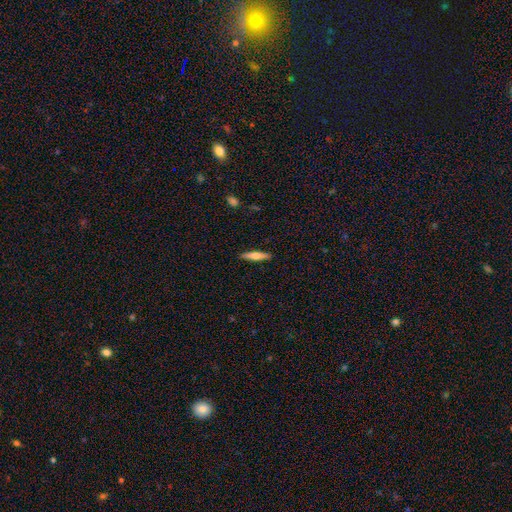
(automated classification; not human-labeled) smooth_or_featured: smooth (p=0.55) [alt: featured or disk p=0.39]
how_rounded: cigar-shaped (p=0.82) [alt: in between p=0.16]
merging: none (p=0.90) [alt: minor disturbance p=0.07]